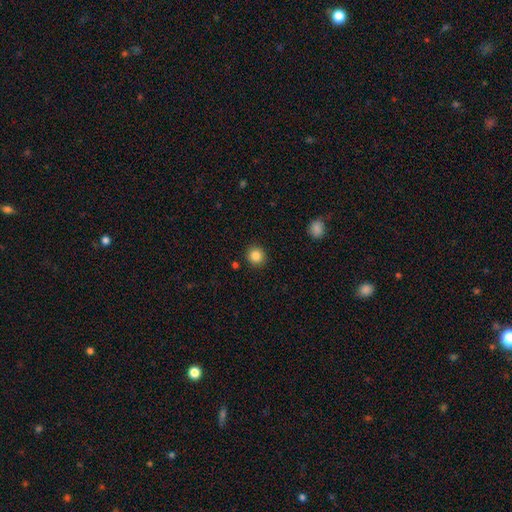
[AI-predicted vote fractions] smooth 85%, star or artifact 10%, featured or disk 4%. Down the decision tree: how rounded — round (92%); merging — none (91%).